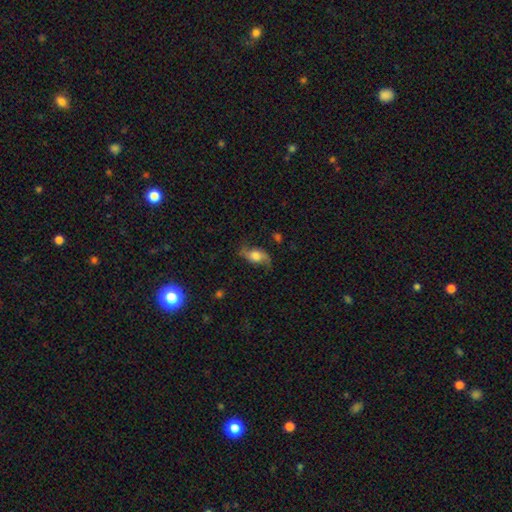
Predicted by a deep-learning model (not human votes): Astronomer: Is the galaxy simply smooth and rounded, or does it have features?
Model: featured or disk — 64%.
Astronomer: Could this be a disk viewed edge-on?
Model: no — 89%.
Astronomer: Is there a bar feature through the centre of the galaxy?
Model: no — 65%.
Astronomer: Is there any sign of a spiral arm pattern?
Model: yes — 91%.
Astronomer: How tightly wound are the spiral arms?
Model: loose — 74%.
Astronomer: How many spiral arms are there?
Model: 2 — 91%.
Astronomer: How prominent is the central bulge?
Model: moderate — 39%, tied with large at 39%.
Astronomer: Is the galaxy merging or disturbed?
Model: none — 71%.